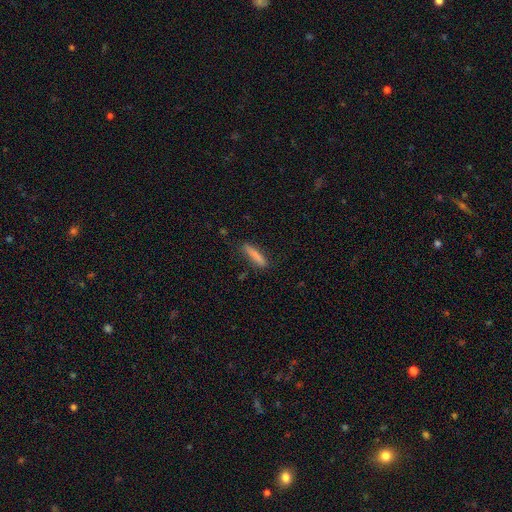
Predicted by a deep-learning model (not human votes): smooth_or_featured: smooth (p=0.81) [alt: featured or disk p=0.12]
how_rounded: cigar-shaped (p=0.84) [alt: in between p=0.14]
merging: none (p=0.82) [alt: minor disturbance p=0.13]